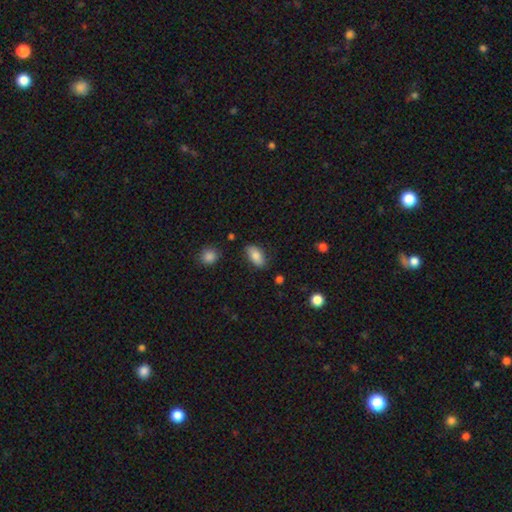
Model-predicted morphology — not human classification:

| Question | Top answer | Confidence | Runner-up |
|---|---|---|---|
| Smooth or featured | smooth | 82% | featured or disk (11%) |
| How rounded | in between | 90% | cigar-shaped (6%) |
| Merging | none | 81% | minor disturbance (13%) |